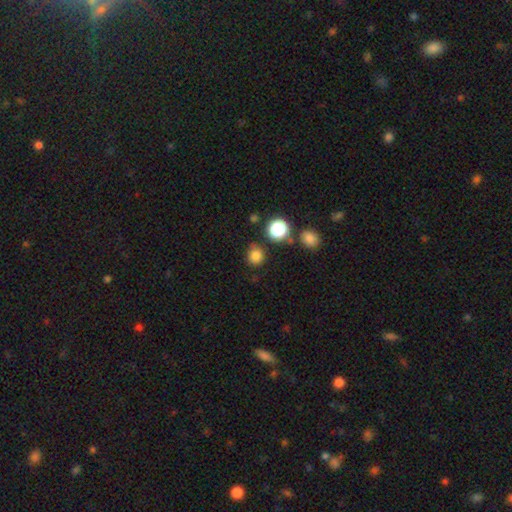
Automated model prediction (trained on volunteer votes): This is clearly a smooth galaxy (81%). How rounded: clearly round (86%). Merging: clearly none (80%).